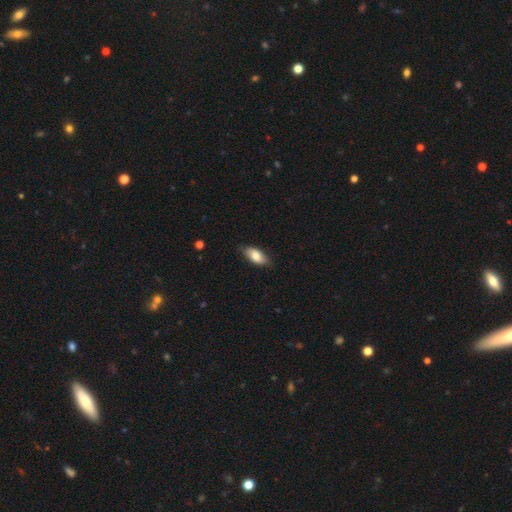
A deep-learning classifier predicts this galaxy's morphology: A smooth galaxy with no disk features (78%) that is in between round and cigar-shaped (90%).

Vote fractions:
- Smooth or featured? smooth: 78% / featured or disk: 15% / star or artifact: 6%
- How rounded? in between: 90% / cigar-shaped: 8% / round: 3%
- Merging? none: 80% / minor disturbance: 16% / major disturbance: 3% / merger: 1%